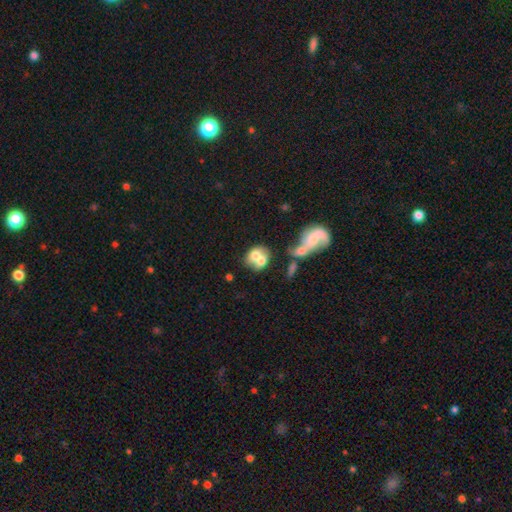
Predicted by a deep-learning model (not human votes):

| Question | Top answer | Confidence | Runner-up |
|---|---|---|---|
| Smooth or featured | smooth | 61% | featured or disk (30%) |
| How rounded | in between | 51% | round (48%) |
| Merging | merger | 65% | none (20%) |